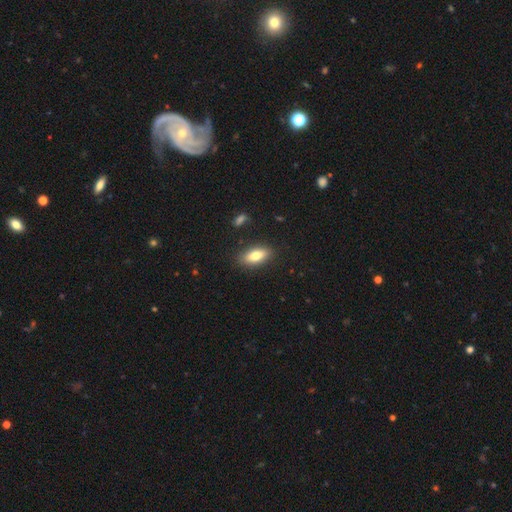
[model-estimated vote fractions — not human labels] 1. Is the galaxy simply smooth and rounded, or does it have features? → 79% smooth, 14% featured or disk, 7% star or artifact.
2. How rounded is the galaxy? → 81% in between, 16% cigar-shaped, 3% round.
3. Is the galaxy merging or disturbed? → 86% none, 10% minor disturbance, 3% major disturbance, 2% merger.